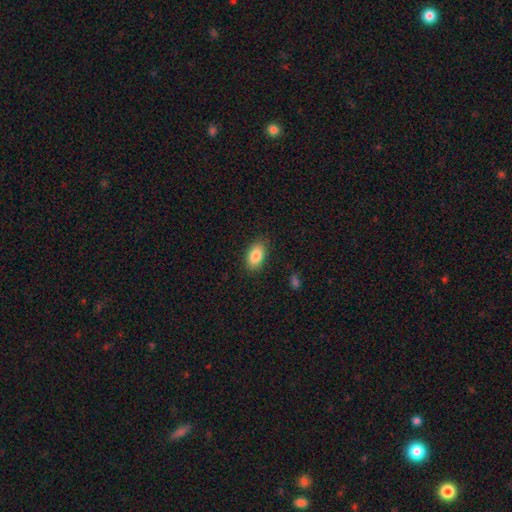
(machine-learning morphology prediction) type=smooth (86%); roundness=in between (92%); merging=none (86%).